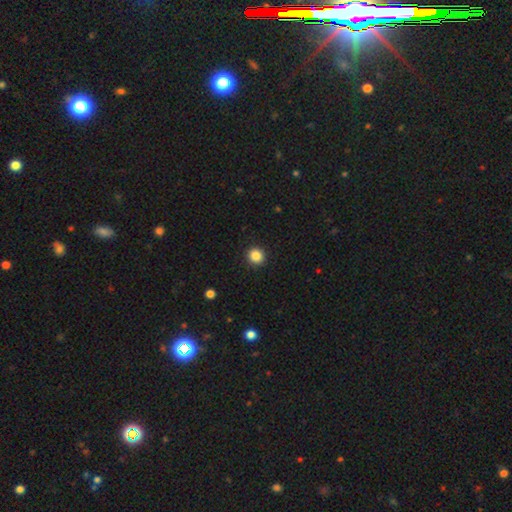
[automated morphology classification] smooth_or_featured: smooth (p=0.86) [alt: star or artifact p=0.11]
how_rounded: round (p=0.91) [alt: in between p=0.08]
merging: none (p=0.92) [alt: minor disturbance p=0.05]